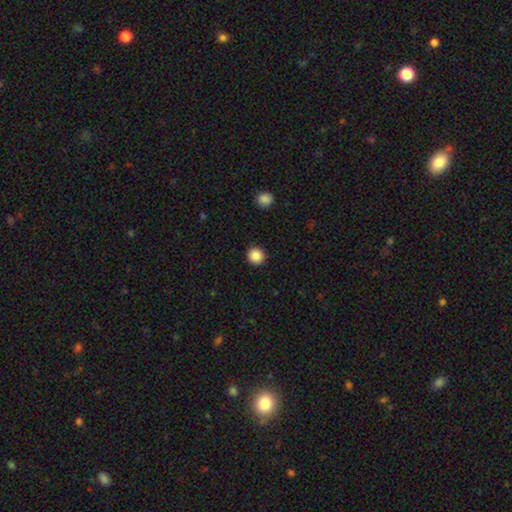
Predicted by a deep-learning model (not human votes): Overall: smooth (87%). How rounded: round (96%). Merging: none (93%).